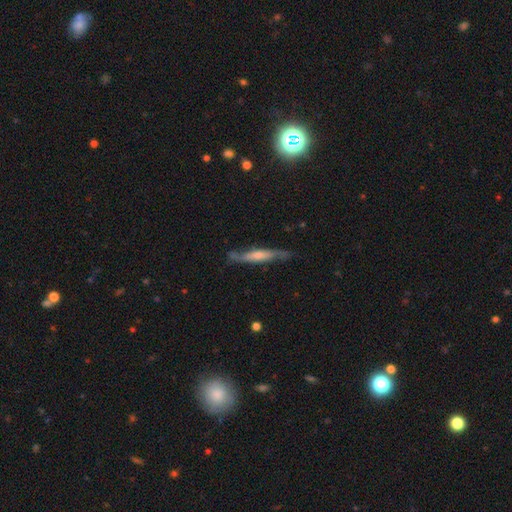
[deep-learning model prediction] A featured or disk galaxy (69%) viewed edge-on (72%). Merging: none (74%).